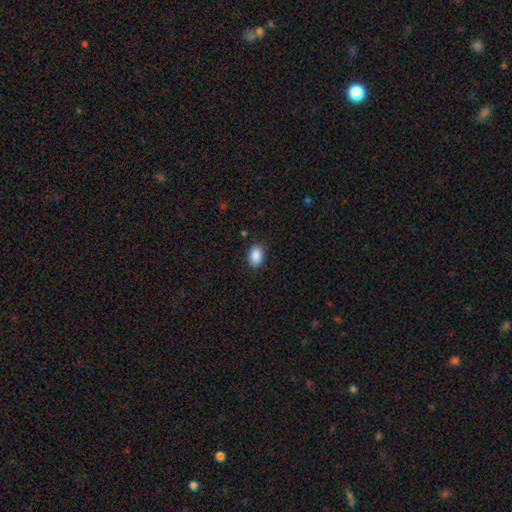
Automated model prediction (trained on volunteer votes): smooth 89%, star or artifact 8%, featured or disk 3%. Down the decision tree: how rounded — in between (79%); merging — none (87%).